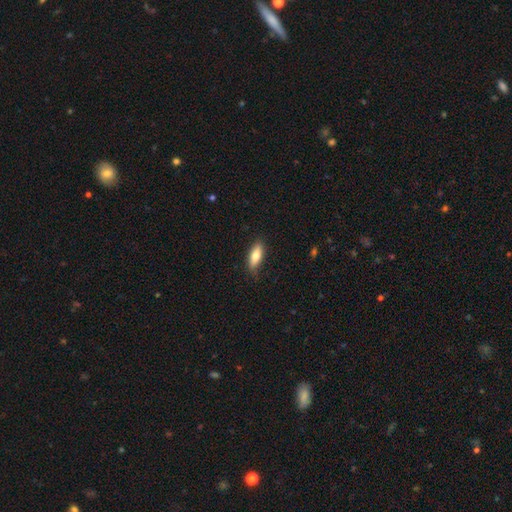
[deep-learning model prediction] Smooth or featured? smooth (76%)
How rounded? in between (63%)
Merging? none (83%)